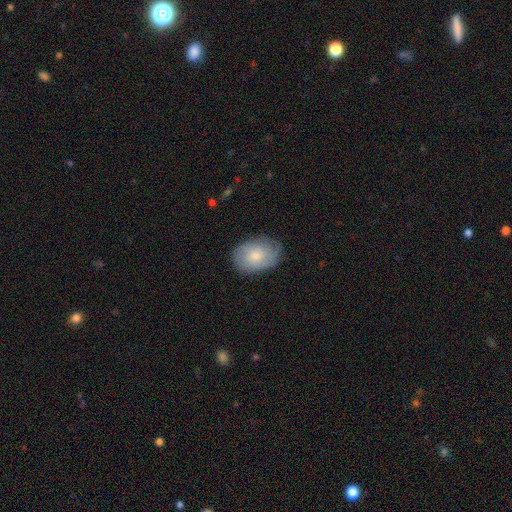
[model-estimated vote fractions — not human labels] A smooth galaxy with no disk features (67%) that is in between round and cigar-shaped (81%). Merging: none (79%).